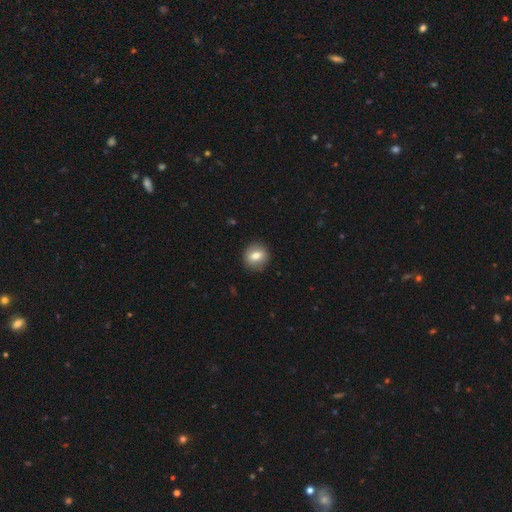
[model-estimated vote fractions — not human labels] Morphology: type=smooth (74%); roundness=round (78%); merging=none (89%).